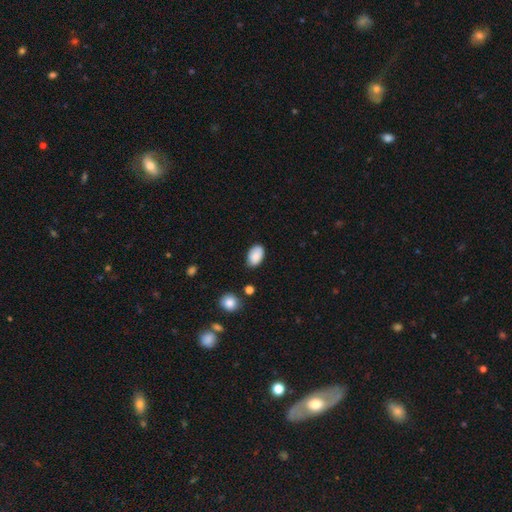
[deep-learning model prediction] smooth_or_featured: smooth (p=0.86) [alt: star or artifact p=0.07]
how_rounded: in between (p=0.91) [alt: round p=0.08]
merging: none (p=0.74) [alt: minor disturbance p=0.20]